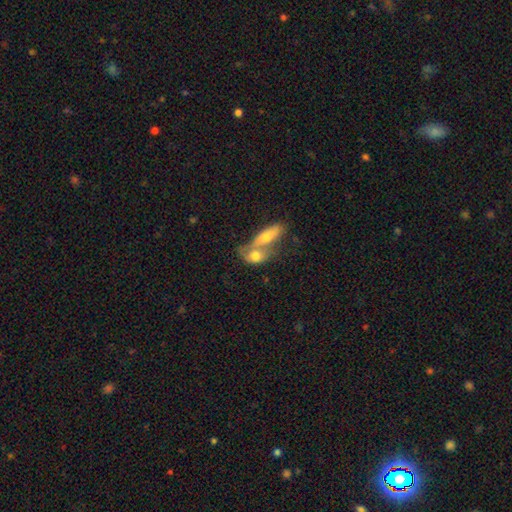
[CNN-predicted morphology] Overall: smooth (68%). How rounded: in between (71%). Merging: merger (69%).